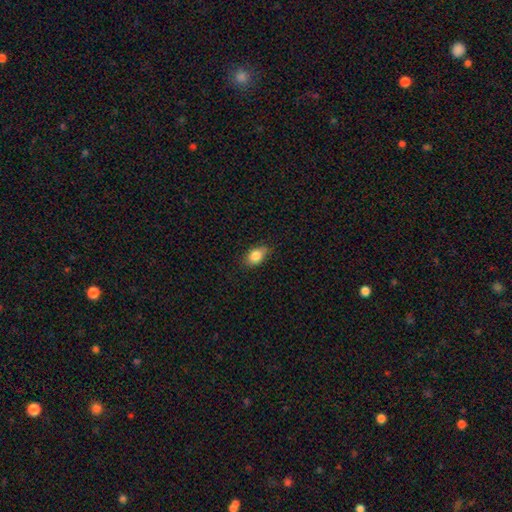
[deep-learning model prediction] Smooth or featured? smooth (85%)
How rounded? in between (82%)
Merging? none (79%)